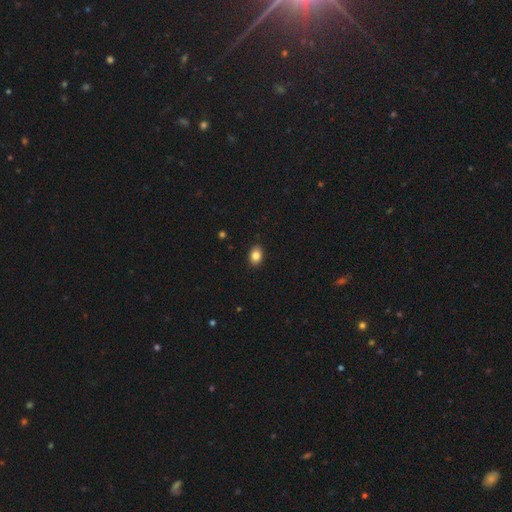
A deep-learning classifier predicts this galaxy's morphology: Smooth or featured: smooth — 85% (star or artifact — 9%)
How rounded: in between — 77% (round — 22%)
Merging: none — 89% (minor disturbance — 8%)